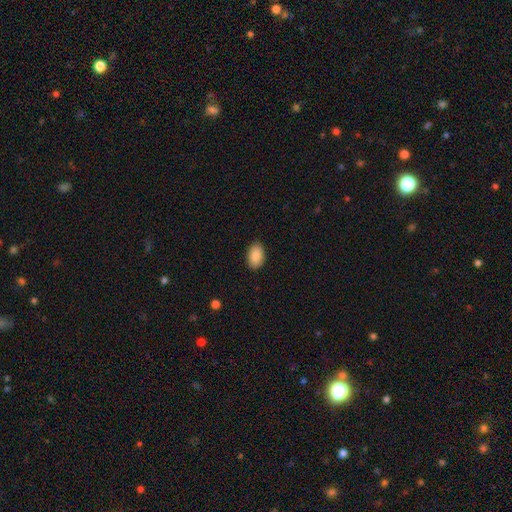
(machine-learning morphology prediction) smooth 89%, star or artifact 7%, featured or disk 5%. Down the decision tree: how rounded — in between (92%); merging — none (89%).